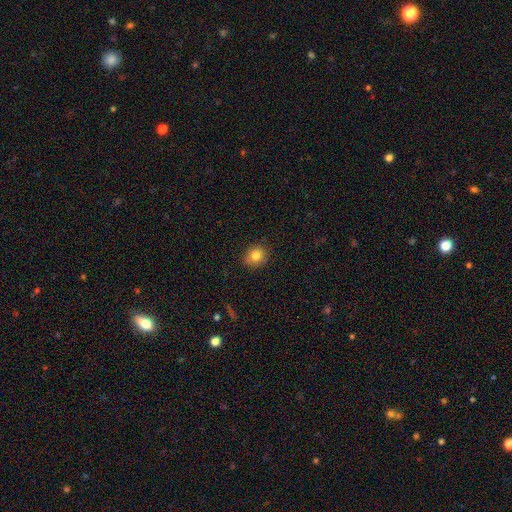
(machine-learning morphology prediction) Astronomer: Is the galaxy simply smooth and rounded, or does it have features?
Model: smooth — 82%.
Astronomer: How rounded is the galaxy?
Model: round — 73%.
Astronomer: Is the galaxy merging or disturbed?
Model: none — 86%.